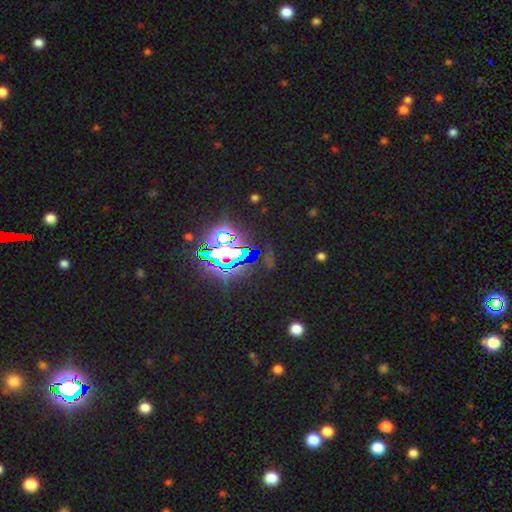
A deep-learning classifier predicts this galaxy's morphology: Smooth or featured? Predicted: star or artifact (p=0.81).